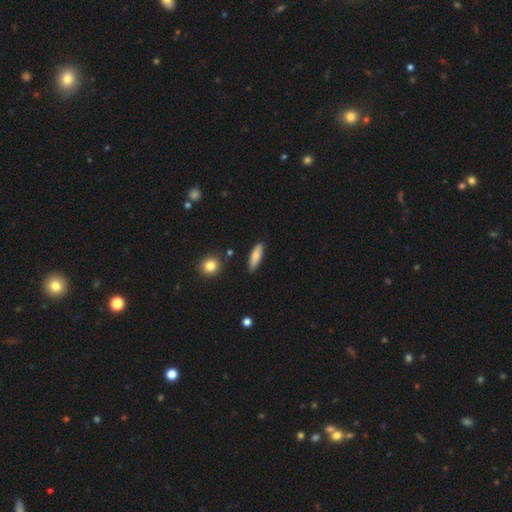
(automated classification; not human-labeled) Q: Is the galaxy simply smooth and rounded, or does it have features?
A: smooth — 83%.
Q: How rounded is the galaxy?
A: cigar-shaped — 53%.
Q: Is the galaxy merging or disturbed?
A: none — 82%.